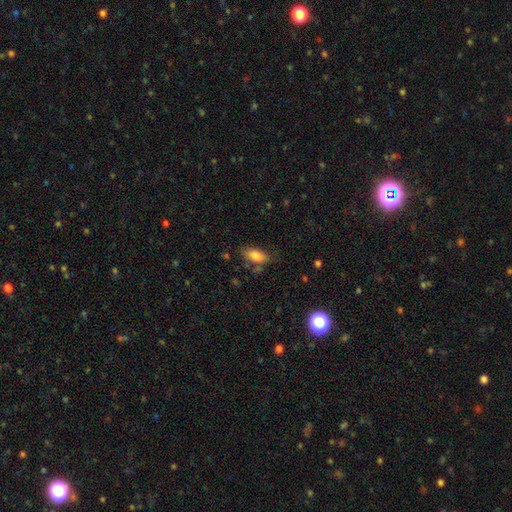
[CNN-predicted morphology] A smooth galaxy with no disk features (82%) that is in between round and cigar-shaped (86%).

Vote fractions:
- Smooth or featured? smooth: 82% / featured or disk: 10% / star or artifact: 8%
- How rounded? in between: 86% / cigar-shaped: 11% / round: 3%
- Merging? none: 66% / minor disturbance: 21% / major disturbance: 7% / merger: 5%